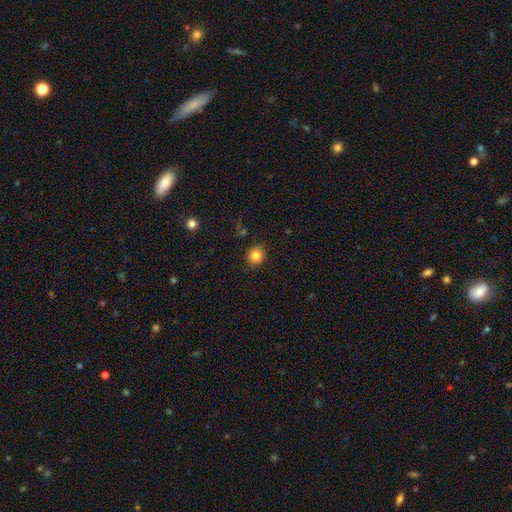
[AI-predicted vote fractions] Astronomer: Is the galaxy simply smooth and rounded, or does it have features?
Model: smooth — 82%.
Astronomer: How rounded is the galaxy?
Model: round — 78%.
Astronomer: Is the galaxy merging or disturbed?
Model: none — 88%.